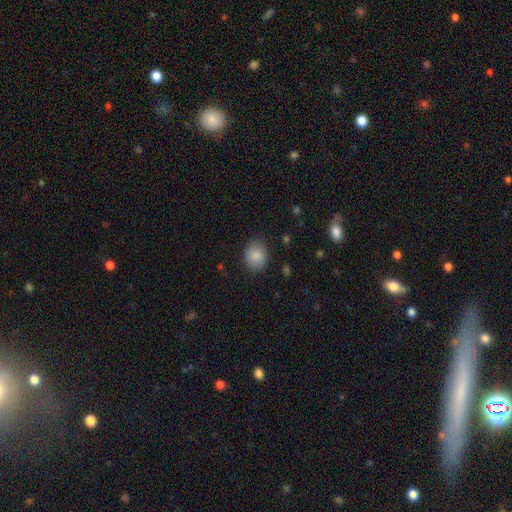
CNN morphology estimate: Overall: smooth (87%). How rounded: round (50%; in between 49%). Merging: none (85%).